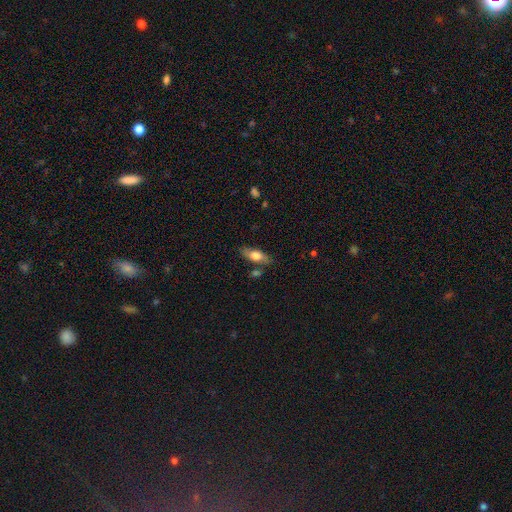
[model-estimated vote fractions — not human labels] This is likely a smooth galaxy (65%). How rounded: likely in between (80%). Merging: likely none (75%).